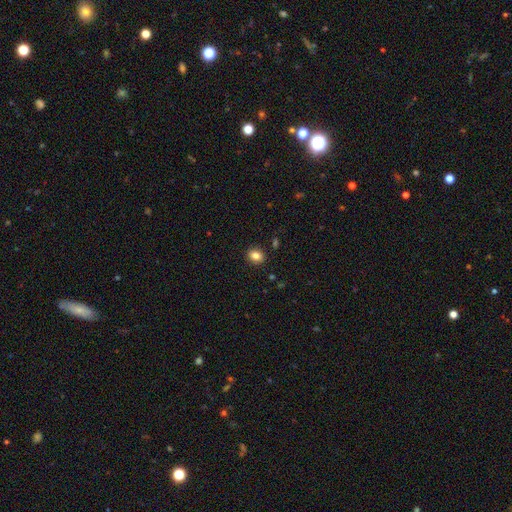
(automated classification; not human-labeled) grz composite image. It shows a smooth galaxy with no disk features (82%) that is round (62%). Merging: none (90%).